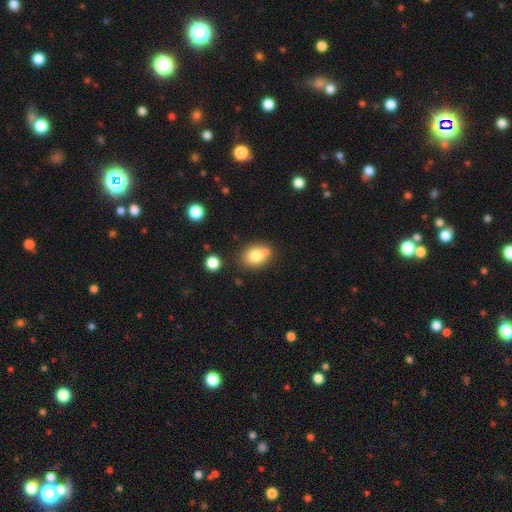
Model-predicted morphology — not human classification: Smooth or featured?
  - smooth: 80% *
  - featured or disk: 10%
  - star or artifact: 9%
How rounded?
  - in between: 63% *
  - round: 36%
  - cigar-shaped: 1%
Merging?
  - none: 59% *
  - merger: 20%
  - minor disturbance: 17%
  - major disturbance: 5%